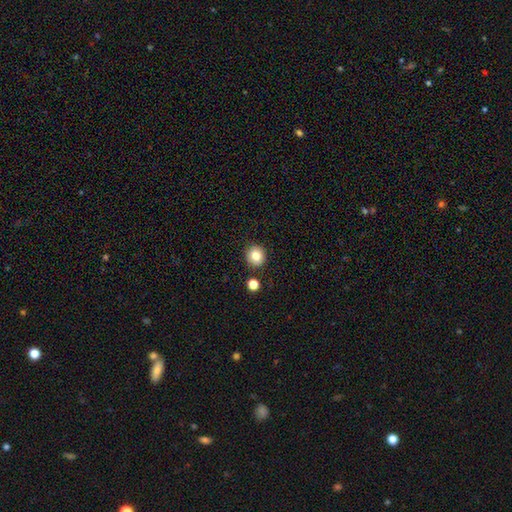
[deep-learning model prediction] smooth 83%, star or artifact 11%, featured or disk 6%. Down the decision tree: how rounded — round (90%); merging — none (88%).